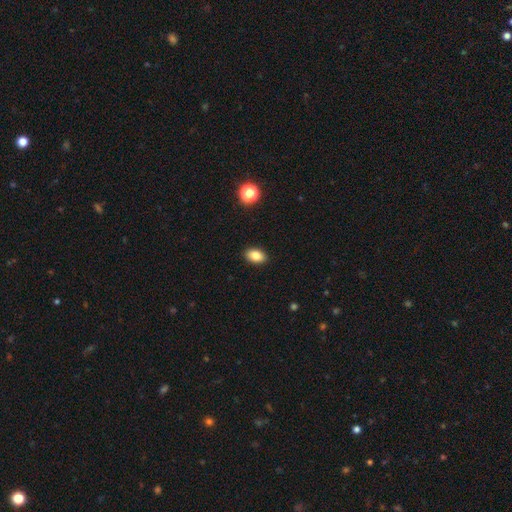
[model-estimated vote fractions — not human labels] smooth_or_featured: smooth (p=0.83) [alt: star or artifact p=0.09]
how_rounded: in between (p=0.88) [alt: round p=0.11]
merging: none (p=0.90) [alt: minor disturbance p=0.07]